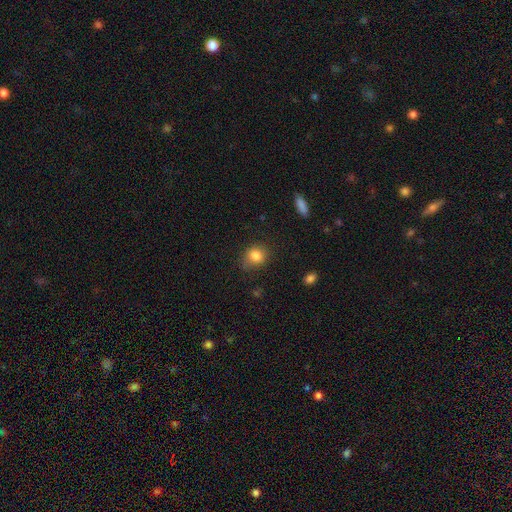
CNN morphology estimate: This appears to be a smooth galaxy with no disk features (83%) that is round (66%). Merging: none (68%).